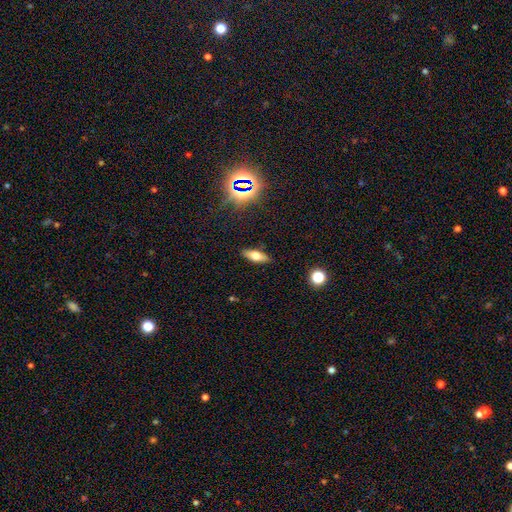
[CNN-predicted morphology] Overall: smooth (56%; featured or disk 30%). How rounded: in between (64%; cigar-shaped 31%). Merging: none (87%).